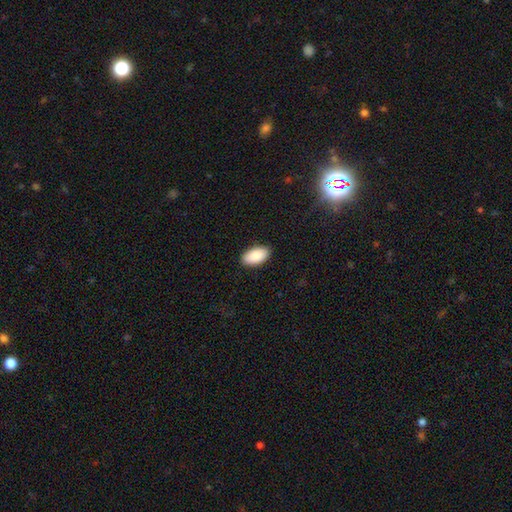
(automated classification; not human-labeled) Smooth or featured?
  - smooth: 90% *
  - star or artifact: 6%
  - featured or disk: 4%
How rounded?
  - in between: 96% *
  - round: 2%
  - cigar-shaped: 2%
Merging?
  - none: 89% *
  - minor disturbance: 9%
  - major disturbance: 2%
  - merger: 1%